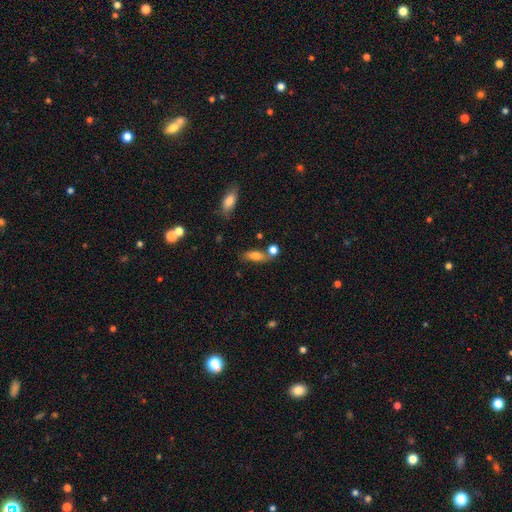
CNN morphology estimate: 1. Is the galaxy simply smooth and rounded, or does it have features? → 67% smooth, 23% featured or disk, 10% star or artifact.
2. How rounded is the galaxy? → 66% in between, 27% cigar-shaped, 7% round.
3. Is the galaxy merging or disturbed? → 58% none, 21% merger, 16% minor disturbance, 6% major disturbance.